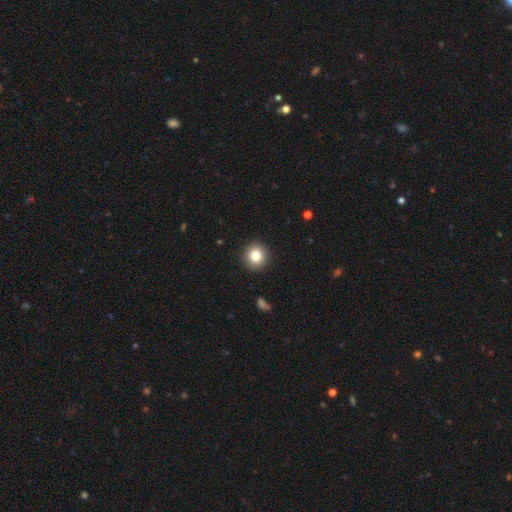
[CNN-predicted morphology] smooth 82%, star or artifact 10%, featured or disk 8%. Down the decision tree: how rounded — round (89%); merging — none (92%).